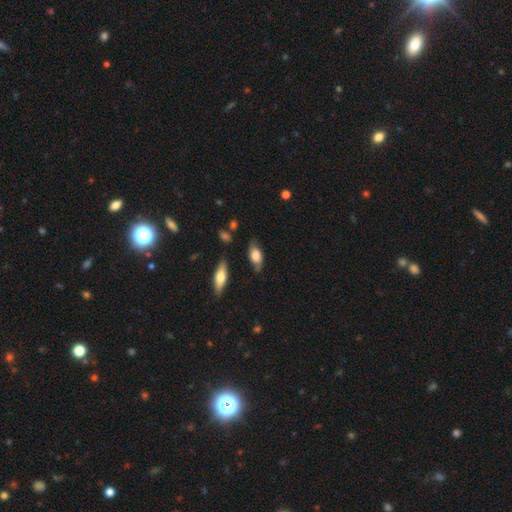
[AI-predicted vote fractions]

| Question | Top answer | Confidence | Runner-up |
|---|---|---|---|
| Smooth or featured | smooth | 61% | featured or disk (33%) |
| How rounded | in between | 84% | cigar-shaped (10%) |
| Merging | none | 67% | minor disturbance (24%) |